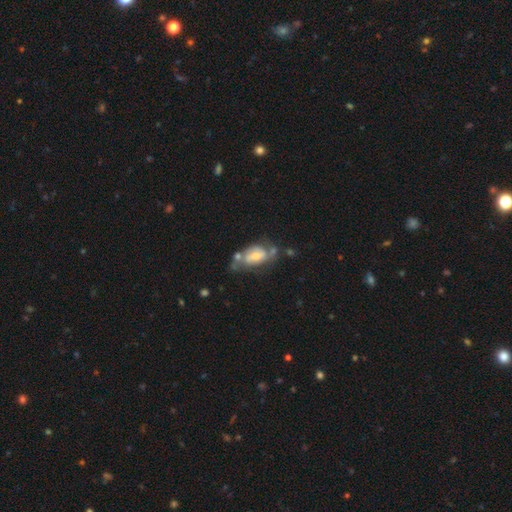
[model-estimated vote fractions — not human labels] Overall: featured or disk (61%; smooth 32%). Edge-on disk: no (94%). Bar: no (43%; weak 42%). Spiral arms: yes (75%). Bulge size: moderate (51%; small 35%). Merging: none (33%; minor disturbance 25%).